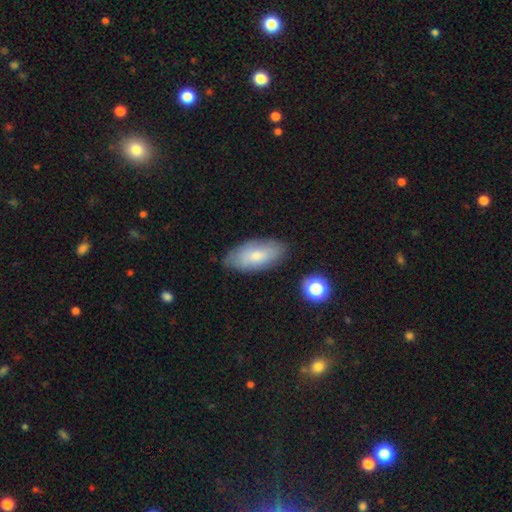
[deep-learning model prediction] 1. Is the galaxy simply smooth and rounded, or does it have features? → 70% smooth, 23% featured or disk, 7% star or artifact.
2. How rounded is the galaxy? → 90% in between, 8% cigar-shaped, 3% round.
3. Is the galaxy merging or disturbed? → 81% none, 15% minor disturbance, 3% major disturbance, 2% merger.